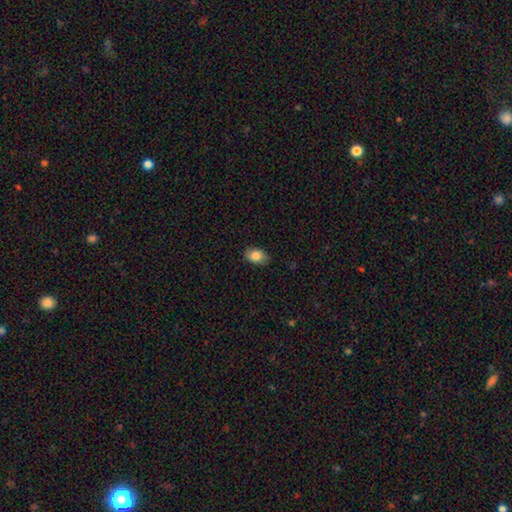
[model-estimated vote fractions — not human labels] smooth 85%, star or artifact 8%, featured or disk 8%. Down the decision tree: how rounded — in between (82%); merging — none (85%).